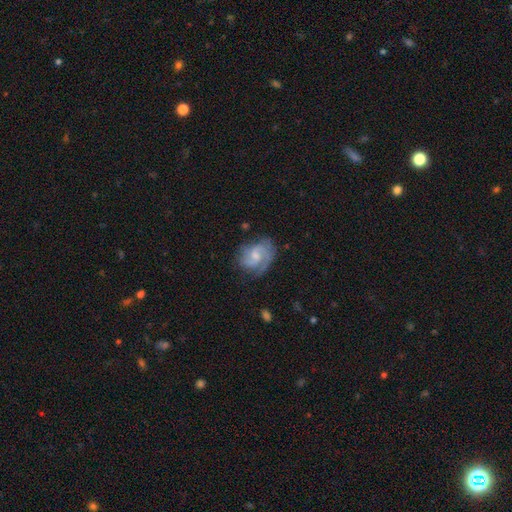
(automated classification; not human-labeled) Overall: featured or disk (79%). Edge-on disk: no (98%). Bar: weak (49%; no 44%). Spiral arms: yes (94%). Spiral arm count: 2 (68%). Spiral winding: medium (48%; tight 37%). Bulge size: small (49%; moderate 36%). Merging: none (65%).